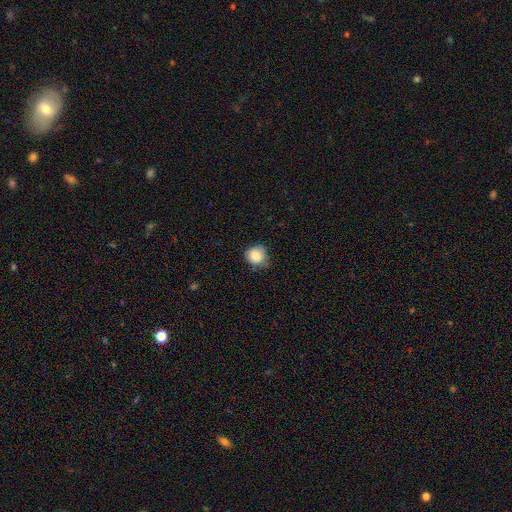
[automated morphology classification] Smooth or featured? Predicted: smooth (p=0.85). How rounded? Predicted: round (p=0.90). Merging? Predicted: none (p=0.69).